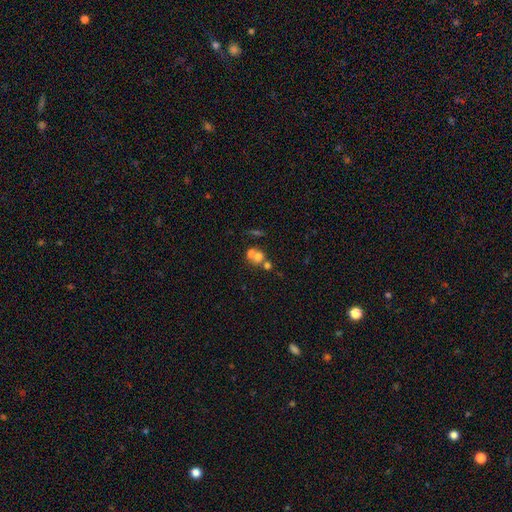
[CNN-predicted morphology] Q: Smooth or featured?
A: smooth (61%); runner-up: featured or disk (24%)
Q: How rounded?
A: round (70%); runner-up: in between (29%)
Q: Merging?
A: merger (60%); runner-up: none (29%)